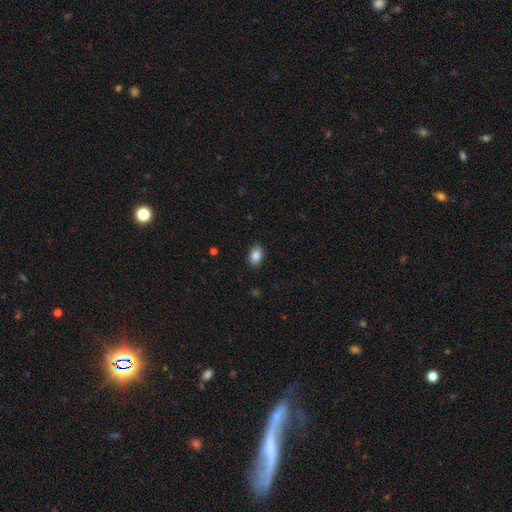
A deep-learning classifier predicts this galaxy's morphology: A smooth galaxy with no disk features (87%) that is in between round and cigar-shaped (86%).

Vote fractions:
- Smooth or featured? smooth: 87% / star or artifact: 8% / featured or disk: 5%
- How rounded? in between: 86% / round: 12% / cigar-shaped: 1%
- Merging? none: 89% / minor disturbance: 8% / major disturbance: 2% / merger: 1%